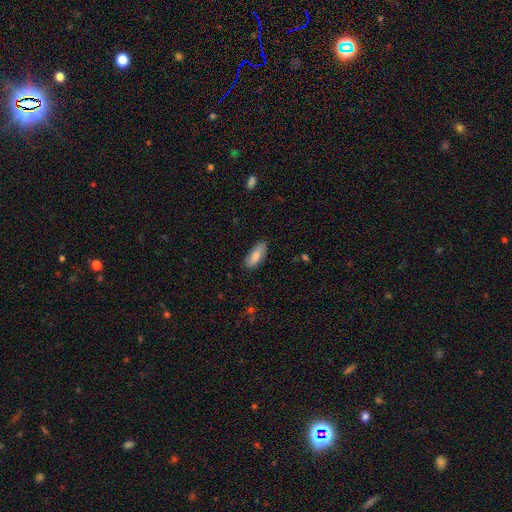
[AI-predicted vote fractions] smooth 80%, featured or disk 14%, star or artifact 6%. Down the decision tree: how rounded — in between (76%); merging — none (83%).